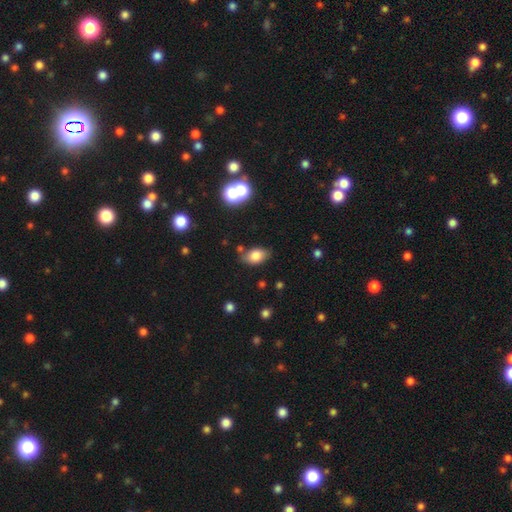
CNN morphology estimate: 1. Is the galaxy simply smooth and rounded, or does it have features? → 80% smooth, 10% featured or disk, 10% star or artifact.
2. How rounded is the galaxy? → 87% in between, 11% round, 2% cigar-shaped.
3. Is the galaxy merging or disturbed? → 76% none, 15% minor disturbance, 5% merger, 4% major disturbance.